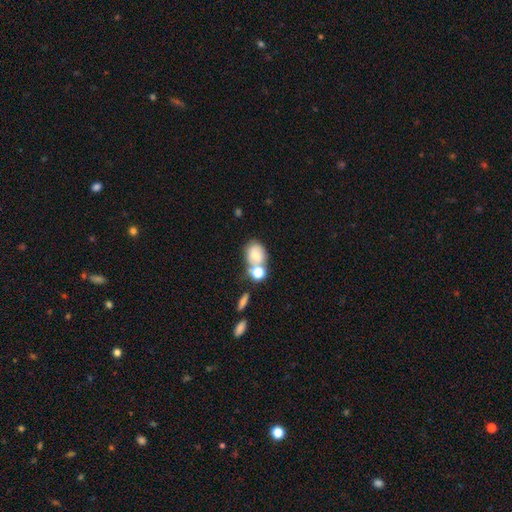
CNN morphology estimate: This is likely a smooth galaxy (69%). How rounded: likely in between (63%). Merging: marginally merger (40%).